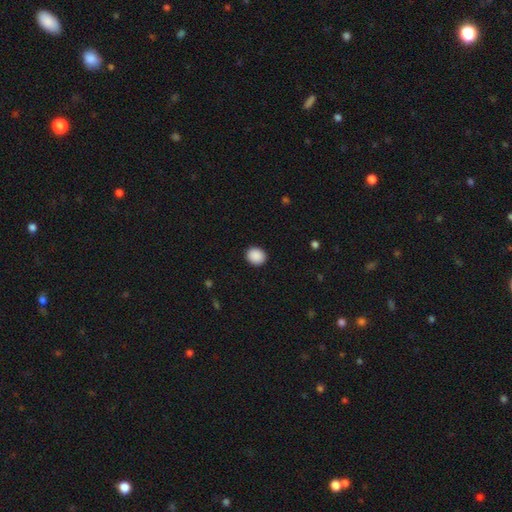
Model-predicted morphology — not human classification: smooth_or_featured: smooth (p=0.90) [alt: star or artifact p=0.08]
how_rounded: round (p=0.70) [alt: in between p=0.29]
merging: none (p=0.91) [alt: minor disturbance p=0.06]